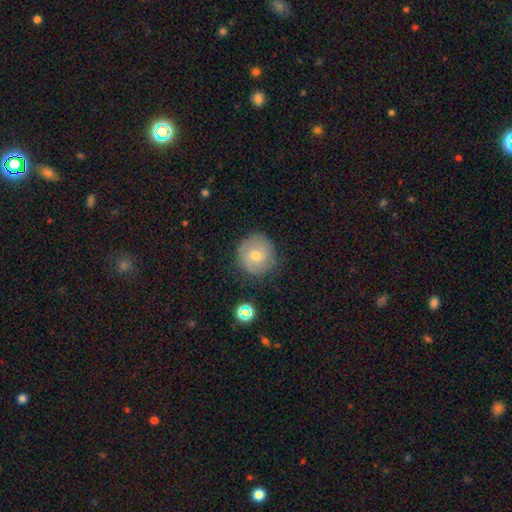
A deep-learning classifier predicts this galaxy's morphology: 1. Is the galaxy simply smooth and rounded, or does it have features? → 60% smooth, 30% featured or disk, 10% star or artifact.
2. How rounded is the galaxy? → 92% round, 7% in between, 1% cigar-shaped.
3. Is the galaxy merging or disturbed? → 79% none, 16% minor disturbance, 4% major disturbance, 2% merger.